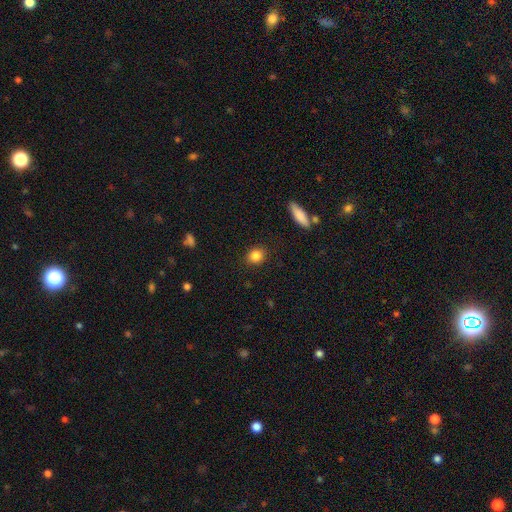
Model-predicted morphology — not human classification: The model was most divided on "how rounded": round: 74%, in between: 24%, cigar-shaped: 2%. More confident: merging — none (90%); smooth or featured — smooth (85%).